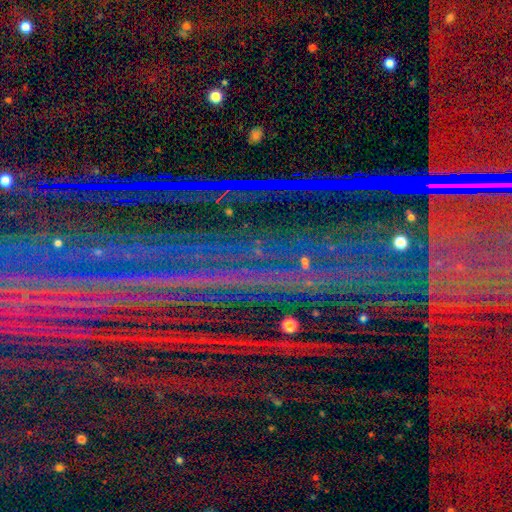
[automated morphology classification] smooth-or-featured: star or artifact: 85% | featured or disk: 9% | smooth: 6%